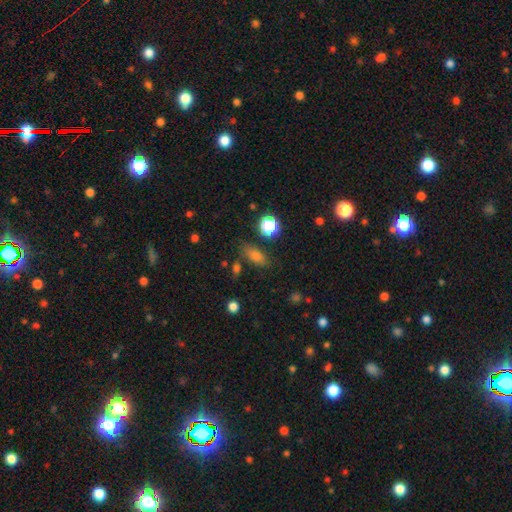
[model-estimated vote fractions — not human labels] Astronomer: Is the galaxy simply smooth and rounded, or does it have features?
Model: smooth — 72%.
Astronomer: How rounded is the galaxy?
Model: in between — 71%.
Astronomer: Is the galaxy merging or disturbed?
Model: none — 77%.